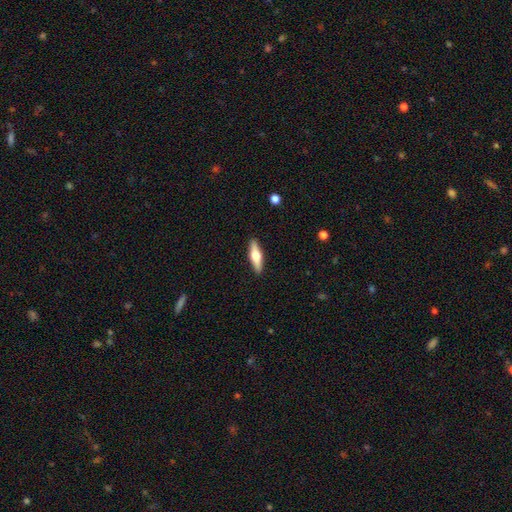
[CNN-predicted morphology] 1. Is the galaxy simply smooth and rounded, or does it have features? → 48% featured or disk, 46% smooth, 5% star or artifact.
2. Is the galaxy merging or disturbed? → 90% none, 7% minor disturbance, 2% major disturbance, 1% merger.